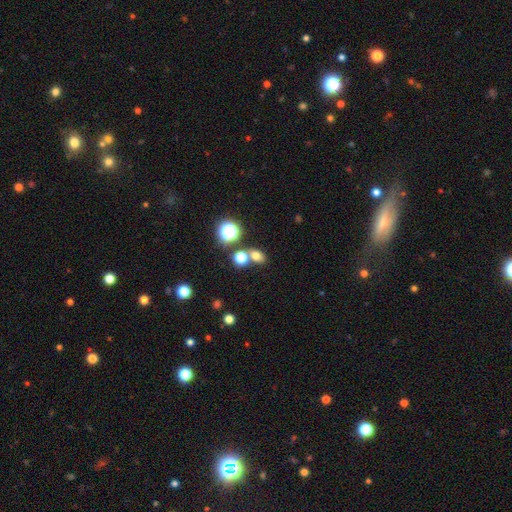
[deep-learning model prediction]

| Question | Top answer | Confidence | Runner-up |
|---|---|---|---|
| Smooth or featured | smooth | 69% | star or artifact (22%) |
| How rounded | in between | 51% | round (48%) |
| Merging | none | 60% | merger (26%) |